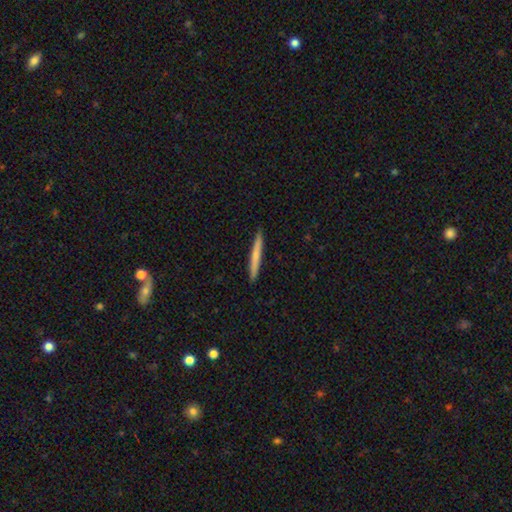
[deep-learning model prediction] This appears to be a smooth galaxy with no disk features (67%) that is cigar-shaped (97%). Merging: none (92%).